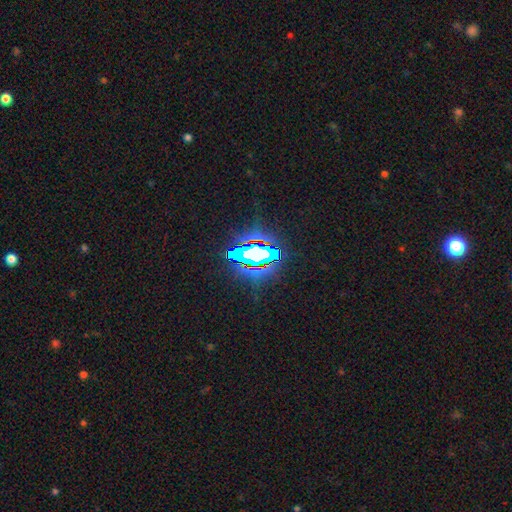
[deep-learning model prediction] This is likely a star or artifact rather than a galaxy (62%).